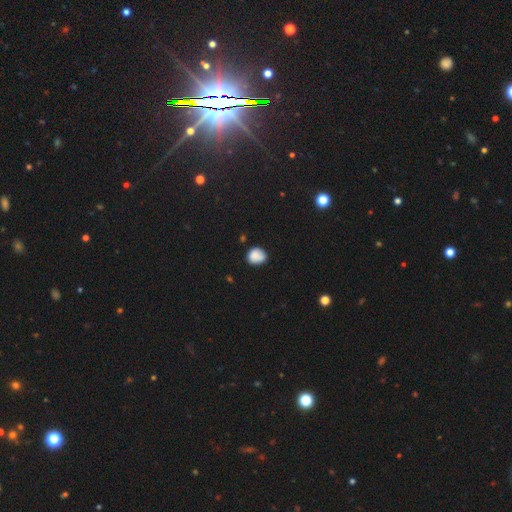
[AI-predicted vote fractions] Smooth or featured?
  - smooth: 84% *
  - star or artifact: 9%
  - featured or disk: 7%
How rounded?
  - round: 64% *
  - in between: 35%
  - cigar-shaped: 1%
Merging?
  - none: 65% *
  - minor disturbance: 26%
  - major disturbance: 5%
  - merger: 4%